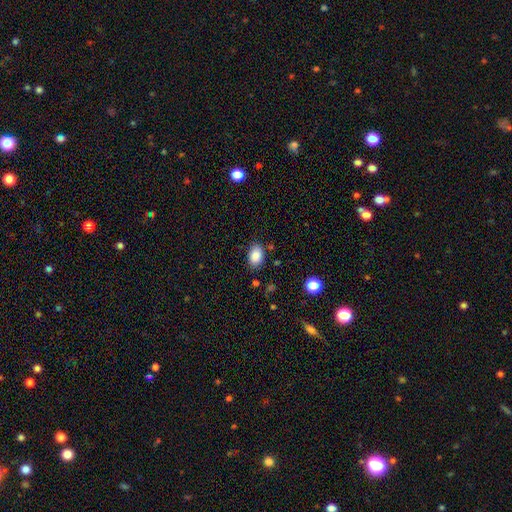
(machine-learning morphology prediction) type=smooth (87%); roundness=in between (82%); merging=none (82%).